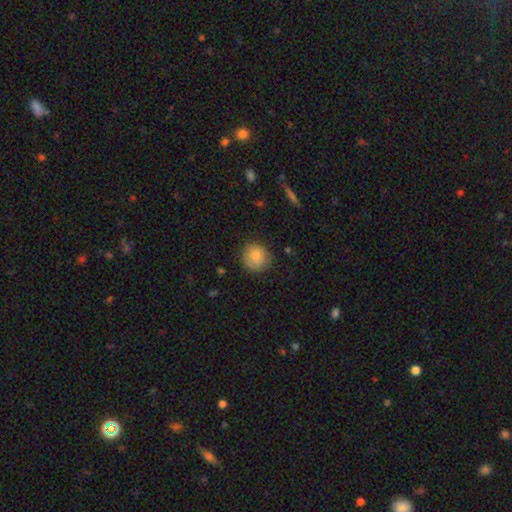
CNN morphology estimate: Smooth or featured? Predicted: smooth (p=0.80). How rounded? Predicted: round (p=0.92). Merging? Predicted: none (p=0.85).